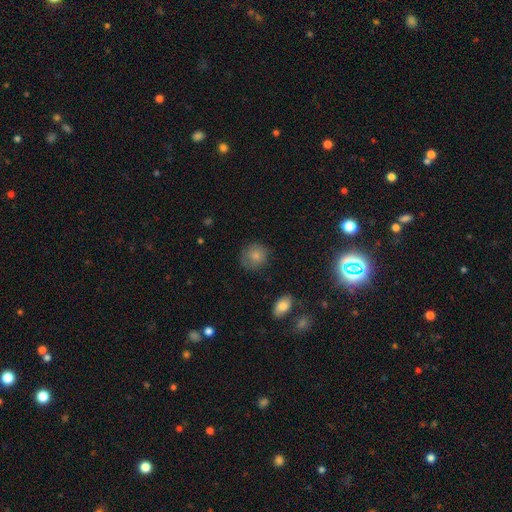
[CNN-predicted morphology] Q: Smooth or featured?
A: smooth (78%); runner-up: featured or disk (13%)
Q: How rounded?
A: round (83%); runner-up: in between (16%)
Q: Merging?
A: none (74%); runner-up: minor disturbance (19%)